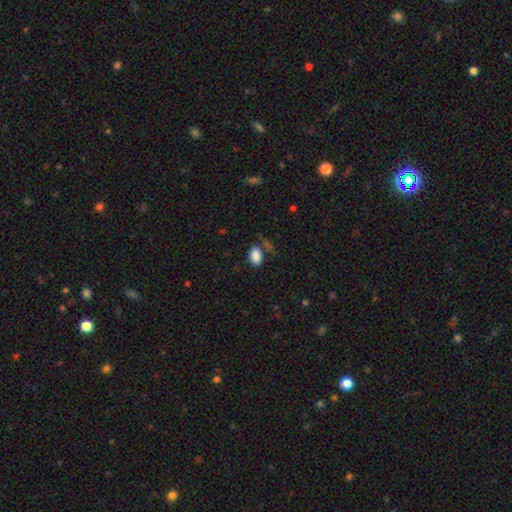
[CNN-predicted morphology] A smooth galaxy with no disk features (87%) that is in between round and cigar-shaped (88%).

Vote fractions:
- Smooth or featured? smooth: 87% / star or artifact: 9% / featured or disk: 4%
- How rounded? in between: 88% / round: 10% / cigar-shaped: 1%
- Merging? none: 70% / minor disturbance: 15% / merger: 8% / major disturbance: 7%